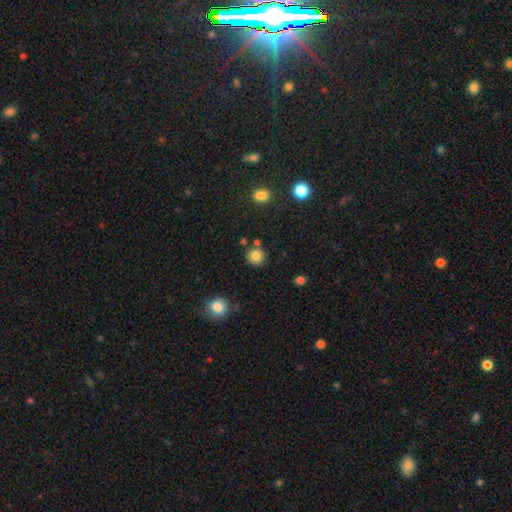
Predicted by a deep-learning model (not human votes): smooth_or_featured: smooth (p=0.82) [alt: star or artifact p=0.11]
how_rounded: round (p=0.91) [alt: in between p=0.08]
merging: none (p=0.80) [alt: minor disturbance p=0.09]